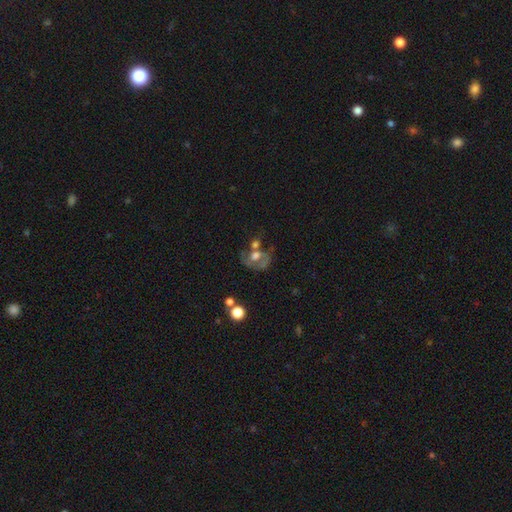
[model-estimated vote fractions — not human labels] A featured or disk galaxy (53%) with no bar (75%), no spiral arms (55%) and a moderate central bulge (48%).

Vote fractions:
- Smooth or featured? featured or disk: 53% / smooth: 36% / star or artifact: 11%
- Edge-on disk? no: 96% / yes: 4%
- Bar? no: 75% / weak: 19% / strong: 6%
- Spiral arms? no: 55% / yes: 45%
- Bulge size? moderate: 48% / large: 30% / small: 11% / none: 7% / dominant: 3%
- Merging? merger: 35% / none: 31% / major disturbance: 18% / minor disturbance: 16%